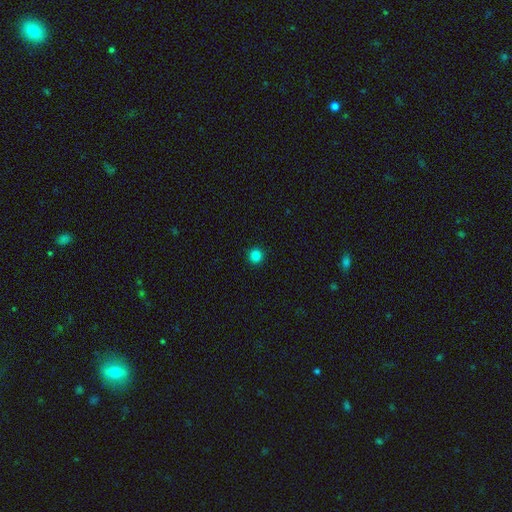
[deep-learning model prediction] Smooth or featured? smooth (84%)
How rounded? round (95%)
Merging? none (93%)